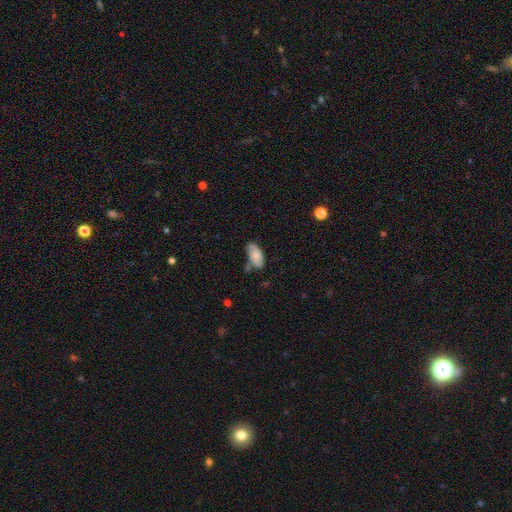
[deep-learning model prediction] A smooth galaxy with no disk features (75%) that is in between round and cigar-shaped (91%). Merging: none (48%).